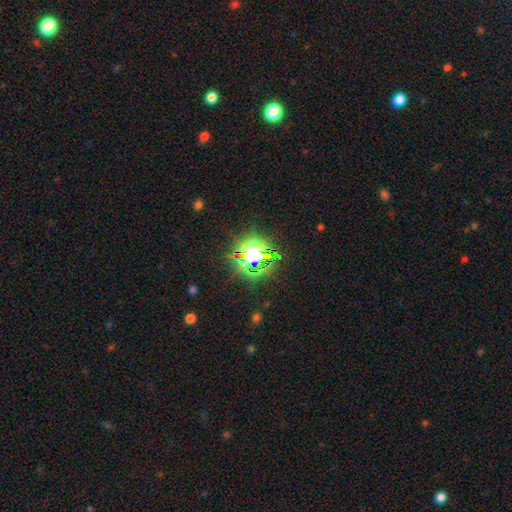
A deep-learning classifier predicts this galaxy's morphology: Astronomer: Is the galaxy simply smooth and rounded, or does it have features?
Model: star or artifact — 74%.